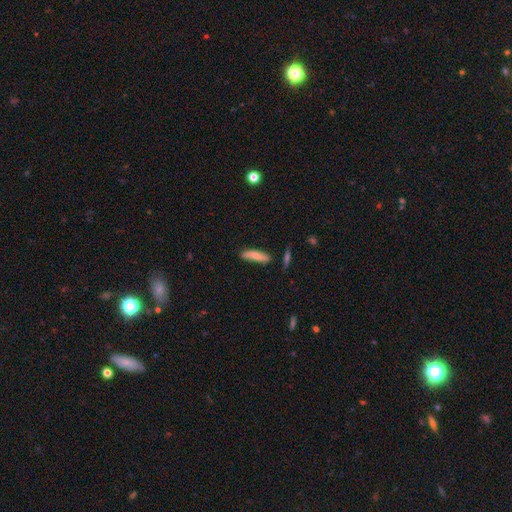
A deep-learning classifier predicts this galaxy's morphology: Smooth or featured? Predicted: smooth (p=0.69). How rounded? Predicted: cigar-shaped (p=0.70). Merging? Predicted: none (p=0.71).